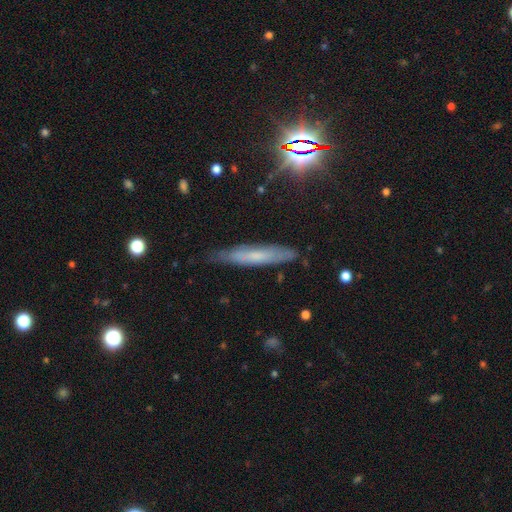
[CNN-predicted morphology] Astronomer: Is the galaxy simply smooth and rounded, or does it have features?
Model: smooth — 48% (runner-up: featured or disk, 40%).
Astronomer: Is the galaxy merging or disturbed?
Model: none — 77%.